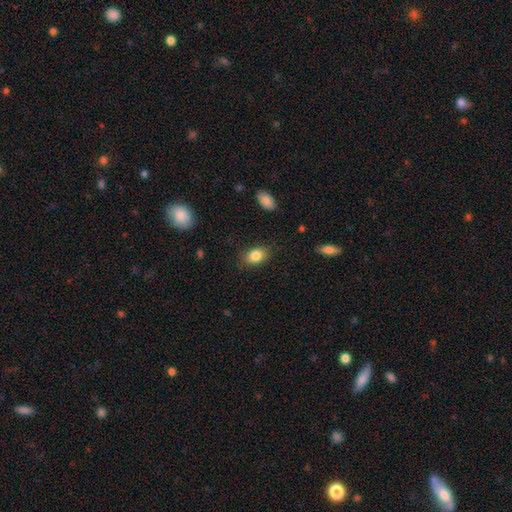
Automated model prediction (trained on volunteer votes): This appears to be a smooth galaxy with no disk features (84%) that is in between round and cigar-shaped (80%). Merging: none (83%).